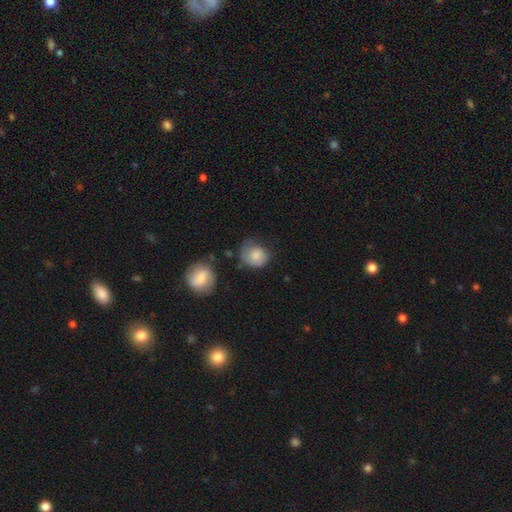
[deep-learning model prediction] The model was most divided on "merging": none: 41%, minor disturbance: 32%, major disturbance: 22%, merger: 4%. More confident: how rounded — round (74%); smooth or featured — smooth (73%).